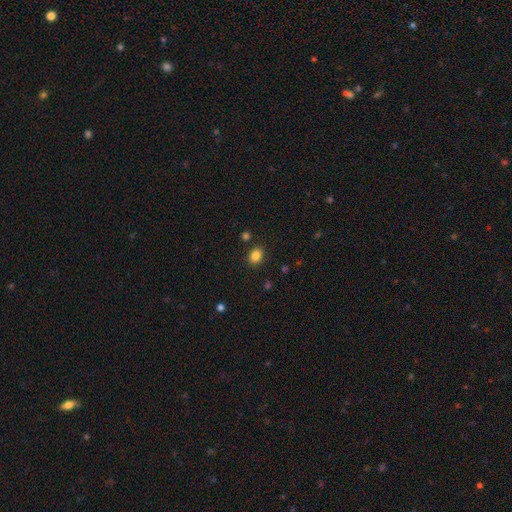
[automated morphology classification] Smooth or featured?
  - smooth: 85% *
  - star or artifact: 11%
  - featured or disk: 5%
How rounded?
  - in between: 54% *
  - round: 45%
  - cigar-shaped: 1%
Merging?
  - none: 86% *
  - minor disturbance: 9%
  - merger: 3%
  - major disturbance: 2%